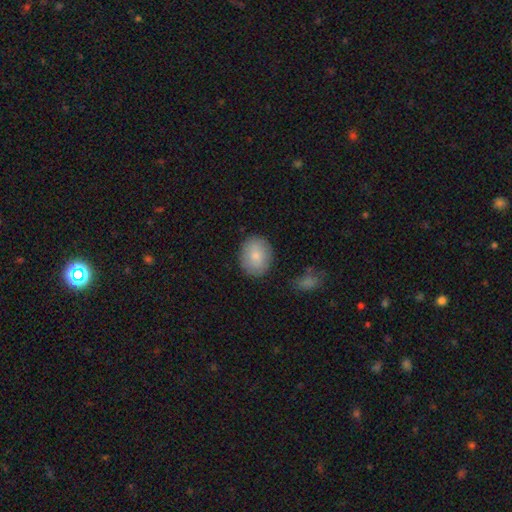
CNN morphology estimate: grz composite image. It shows a smooth galaxy with no disk features (82%) that is round (52%). Merging: none (86%).